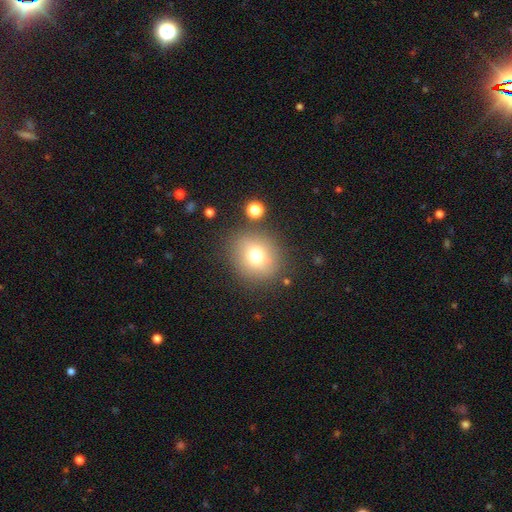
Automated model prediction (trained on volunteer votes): Overall: smooth (72%). How rounded: round (81%). Merging: none (81%).